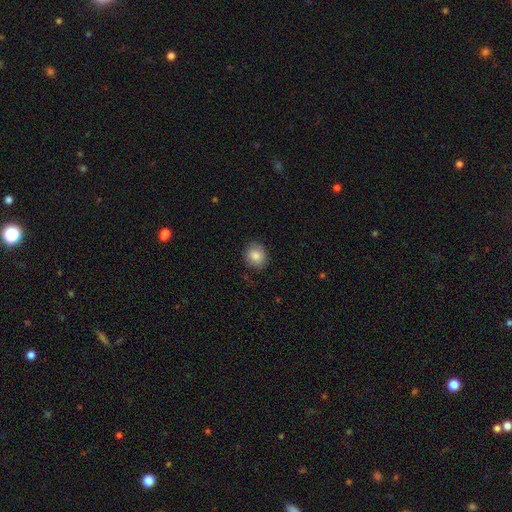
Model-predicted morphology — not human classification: type=smooth (84%); roundness=round (76%); merging=none (87%).